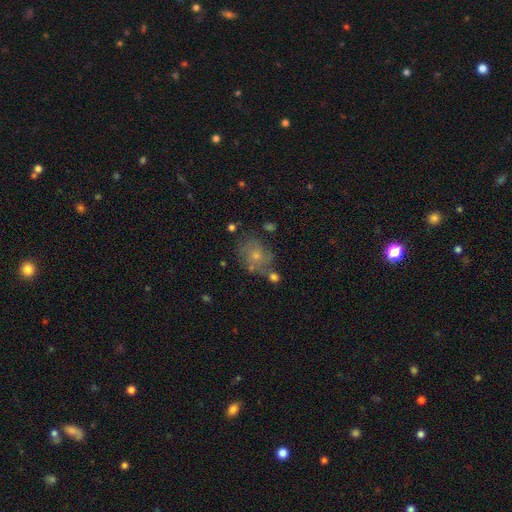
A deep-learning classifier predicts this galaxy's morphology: type=smooth (53%); roundness=round (55%); merging=none (54%).